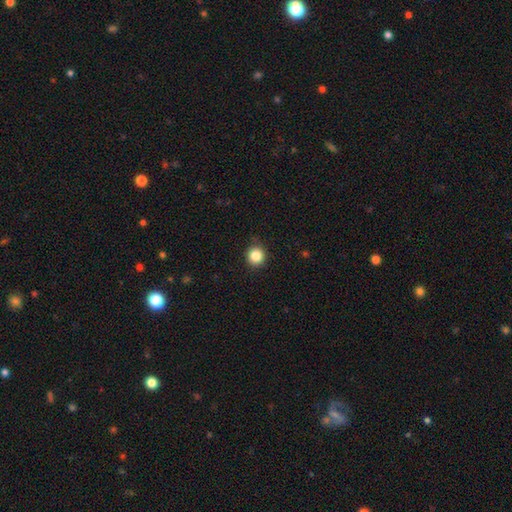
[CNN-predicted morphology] Smooth or featured?
  - smooth: 85% *
  - star or artifact: 11%
  - featured or disk: 5%
How rounded?
  - round: 92% *
  - in between: 7%
  - cigar-shaped: 1%
Merging?
  - none: 88% *
  - minor disturbance: 9%
  - major disturbance: 2%
  - merger: 1%